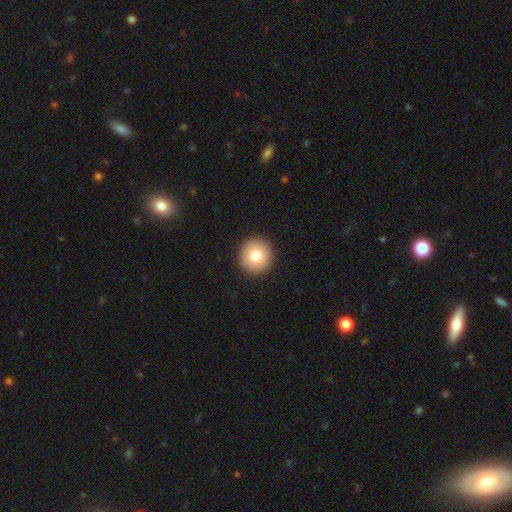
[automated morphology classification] This is likely a smooth galaxy (79%). How rounded: clearly round (95%). Merging: clearly none (93%).